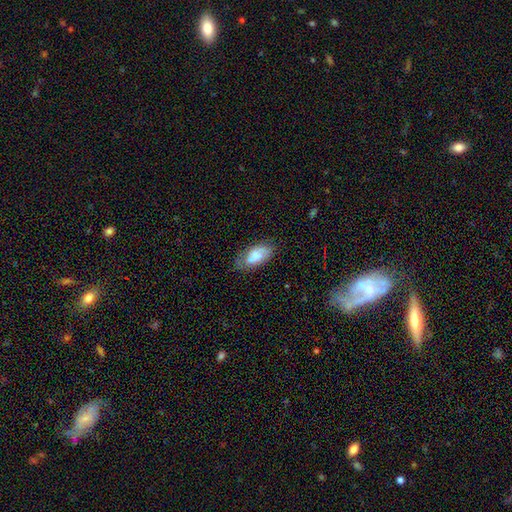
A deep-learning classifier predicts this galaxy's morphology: Smooth or featured? smooth (68%)
How rounded? in between (92%)
Merging? none (57%)